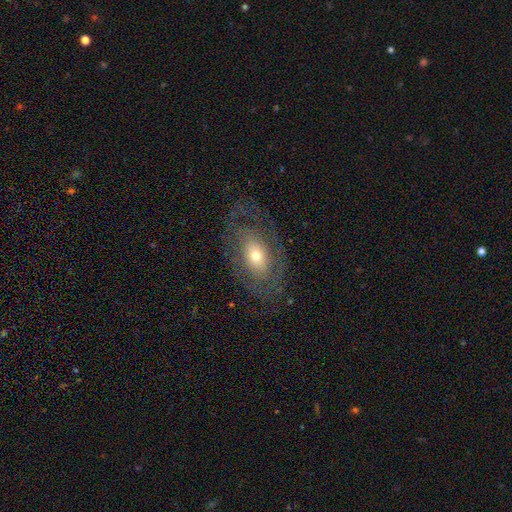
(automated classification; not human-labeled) The model was most divided on "bulge size": moderate: 47%, small: 43%, large: 7%, dominant: 2%, none: 1%. More confident: edge-on disk — no (91%); bar — no (82%); merging — none (69%); smooth or featured — featured or disk (56%); spiral arms — no (53%).